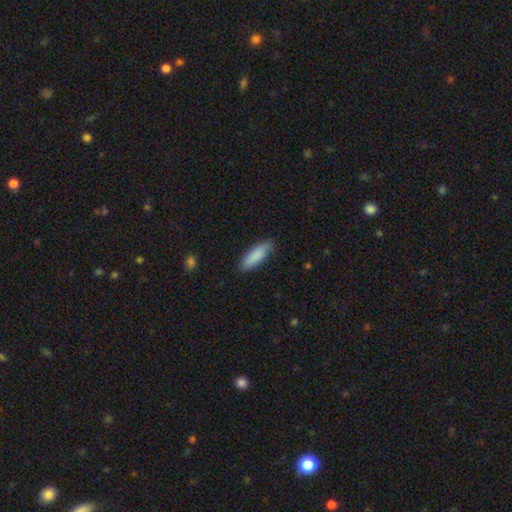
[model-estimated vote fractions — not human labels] Smooth or featured? Predicted: smooth (p=0.87). How rounded? Predicted: cigar-shaped (p=0.55). Merging? Predicted: none (p=0.86).